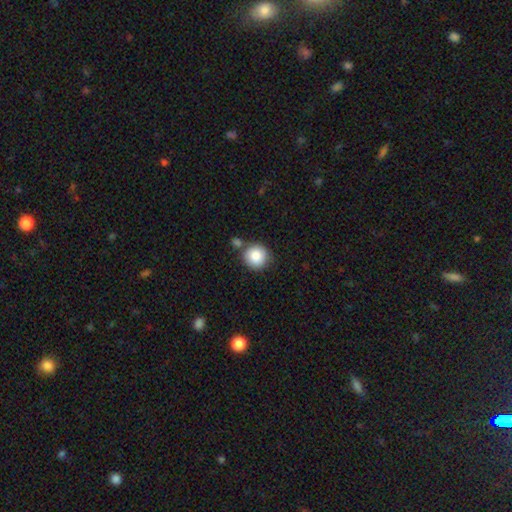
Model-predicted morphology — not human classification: Smooth or featured? smooth (85%)
How rounded? round (93%)
Merging? none (71%)